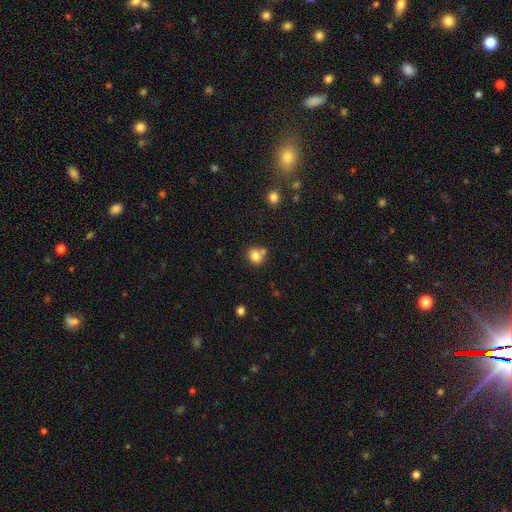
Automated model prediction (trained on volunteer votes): Morphology: type=smooth (82%); roundness=round (82%); merging=none (60%).